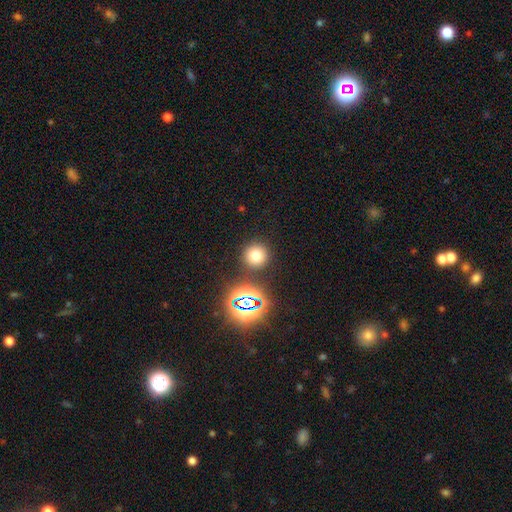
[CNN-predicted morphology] smooth-or-featured: smooth: 70% | star or artifact: 22% | featured or disk: 8%
  how-rounded: round: 94% | in between: 5% | cigar-shaped: 1%
  merging: none: 87% | minor disturbance: 6% | merger: 4% | major disturbance: 3%